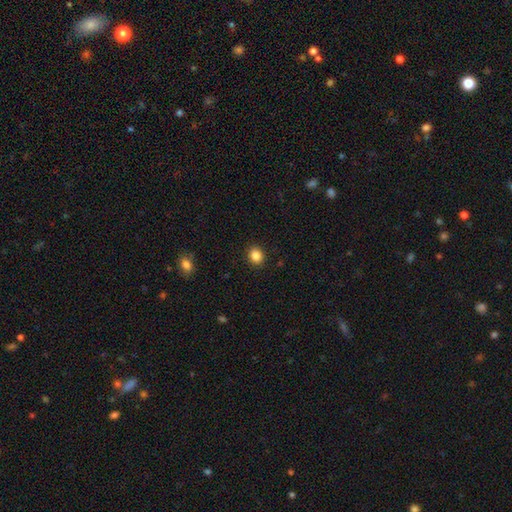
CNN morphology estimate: smooth_or_featured: smooth (p=0.85) [alt: star or artifact p=0.11]
how_rounded: round (p=0.72) [alt: in between p=0.27]
merging: none (p=0.91) [alt: minor disturbance p=0.06]